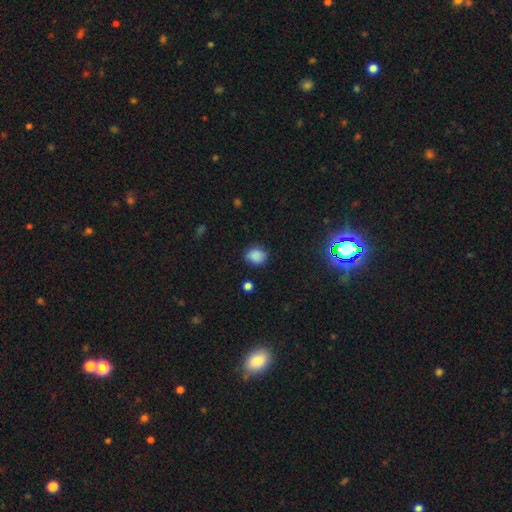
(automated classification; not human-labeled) Q: Smooth or featured?
A: smooth (84%); runner-up: star or artifact (11%)
Q: How rounded?
A: round (56%); runner-up: in between (43%)
Q: Merging?
A: none (77%); runner-up: minor disturbance (17%)